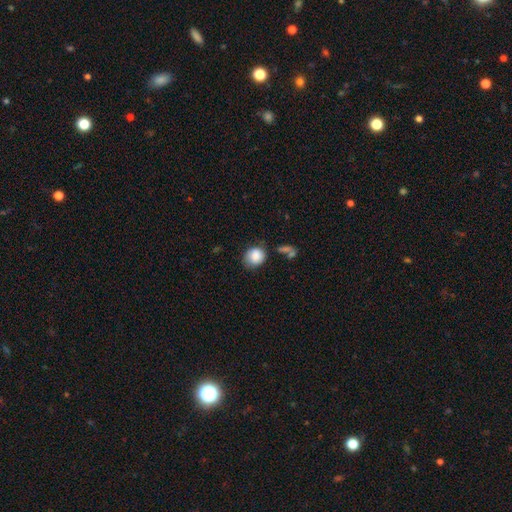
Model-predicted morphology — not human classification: The model was most divided on "merging": none: 60%, minor disturbance: 26%, major disturbance: 8%, merger: 6%. More confident: smooth or featured — smooth (85%); how rounded — round (72%).